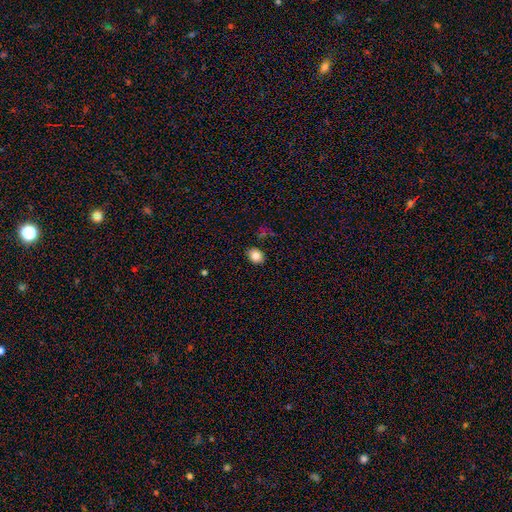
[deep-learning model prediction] smooth_or_featured: smooth (p=0.84) [alt: star or artifact p=0.10]
how_rounded: round (p=0.56) [alt: in between p=0.43]
merging: none (p=0.86) [alt: minor disturbance p=0.10]